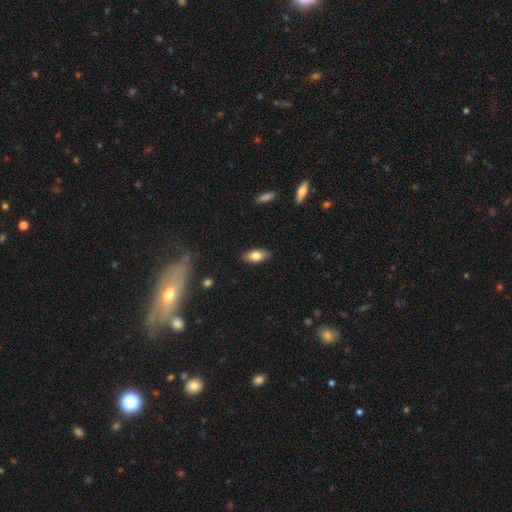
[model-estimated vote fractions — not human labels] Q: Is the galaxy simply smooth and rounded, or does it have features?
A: smooth — 78%.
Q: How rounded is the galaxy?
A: in between — 87%.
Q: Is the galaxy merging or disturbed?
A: none — 86%.